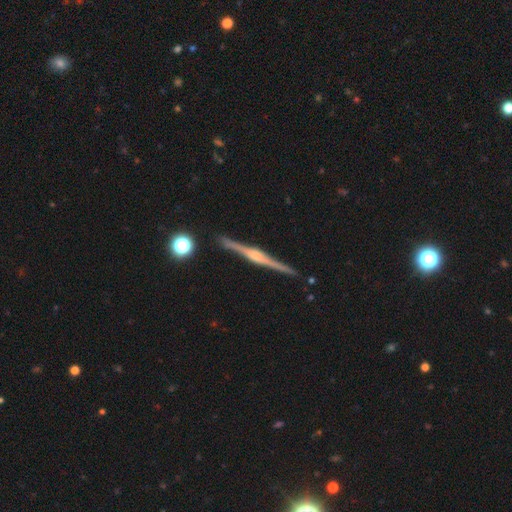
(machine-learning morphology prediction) smooth_or_featured: featured or disk (p=0.87) [alt: smooth p=0.08]
disk_edge_on: yes (p=0.99) [alt: no p=0.01]
edge_on_bulge: rounded (p=0.73) [alt: boxy p=0.20]
merging: none (p=0.91) [alt: minor disturbance p=0.06]